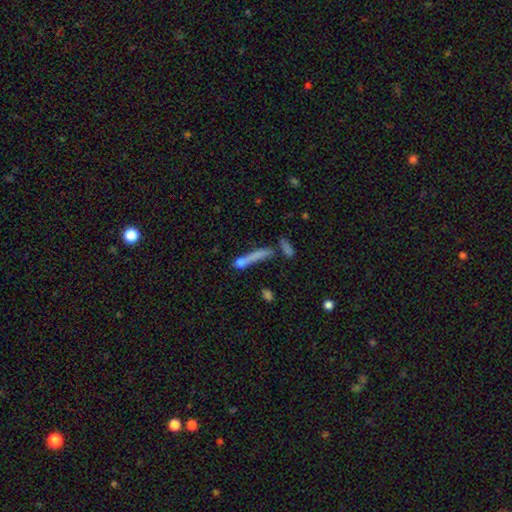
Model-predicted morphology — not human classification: Smooth or featured: smooth — 58% (featured or disk — 29%)
How rounded: cigar-shaped — 86% (in between — 9%)
Merging: none — 49% (merger — 27%)